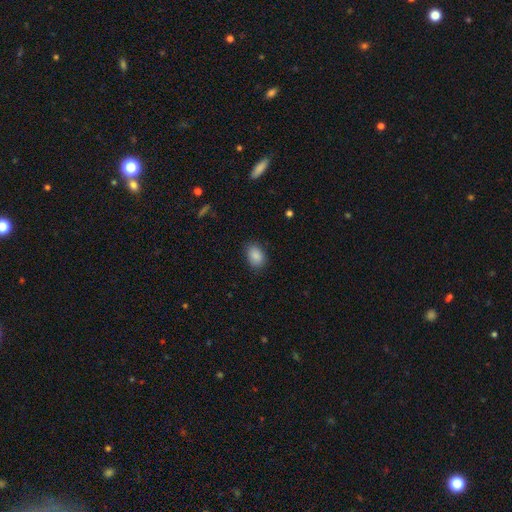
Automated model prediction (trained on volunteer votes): Smooth or featured?
  - smooth: 88% *
  - star or artifact: 8%
  - featured or disk: 4%
How rounded?
  - in between: 79% *
  - round: 19%
  - cigar-shaped: 1%
Merging?
  - none: 84% *
  - minor disturbance: 12%
  - major disturbance: 3%
  - merger: 1%